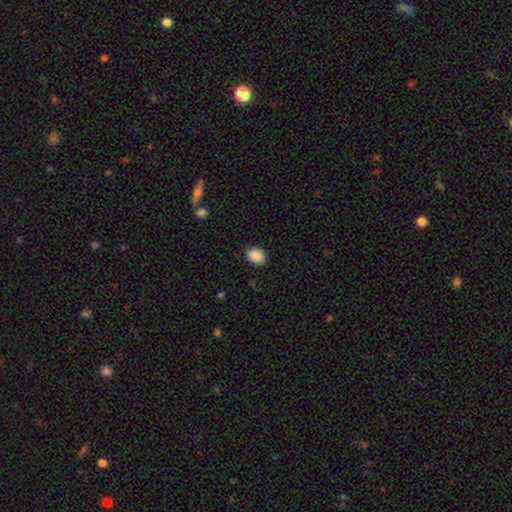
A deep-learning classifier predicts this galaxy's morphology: Smooth or featured? smooth (89%)
How rounded? in between (66%)
Merging? none (86%)